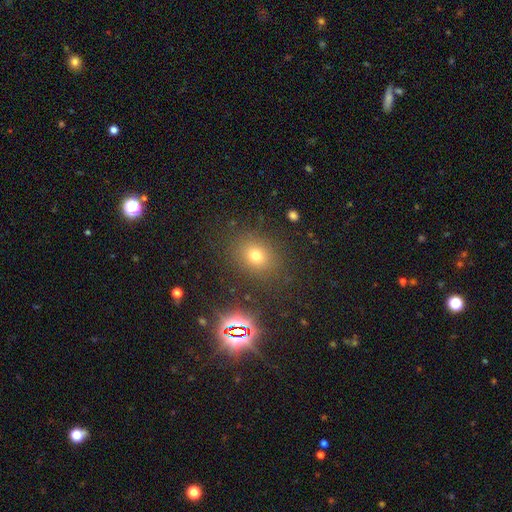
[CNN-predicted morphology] Smooth or featured: smooth — 70% (star or artifact — 21%)
How rounded: round — 61% (in between — 38%)
Merging: none — 84% (minor disturbance — 9%)